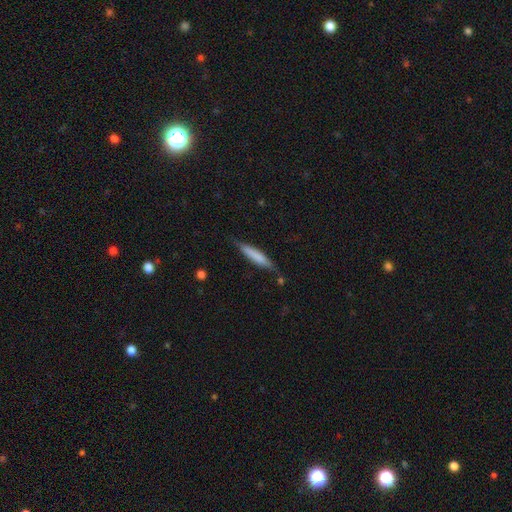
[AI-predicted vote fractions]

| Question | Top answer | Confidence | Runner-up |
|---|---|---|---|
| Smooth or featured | smooth | 70% | featured or disk (25%) |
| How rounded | cigar-shaped | 89% | in between (9%) |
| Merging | none | 76% | minor disturbance (18%) |